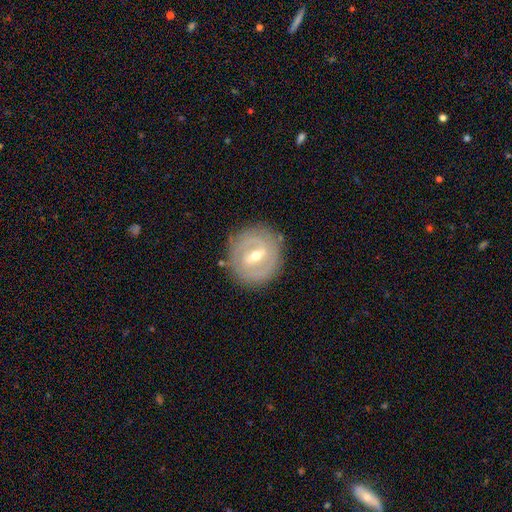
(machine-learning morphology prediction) This appears to be a featured or disk galaxy (78%) with a weak bar (45%), 2 (61%) tight (63%) spiral arms (72%) and a moderate central bulge (58%). Merging: none (83%).